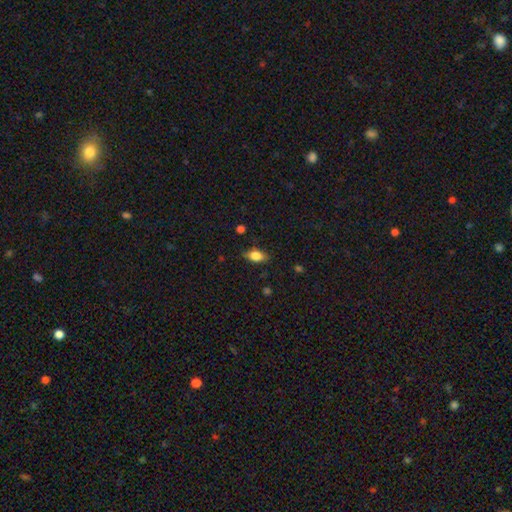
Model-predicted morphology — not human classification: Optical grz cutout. It shows a smooth galaxy with no disk features (75%) that is in between round and cigar-shaped (82%). Merging: none (81%).